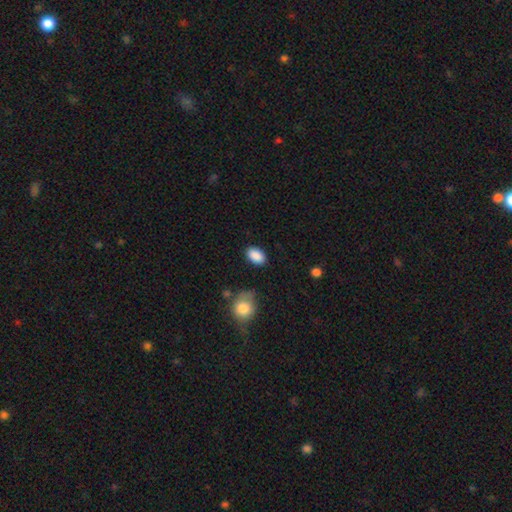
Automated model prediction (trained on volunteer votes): Smooth or featured?
  - smooth: 89% *
  - star or artifact: 7%
  - featured or disk: 4%
How rounded?
  - in between: 90% *
  - round: 9%
  - cigar-shaped: 1%
Merging?
  - none: 84% *
  - minor disturbance: 11%
  - major disturbance: 3%
  - merger: 2%